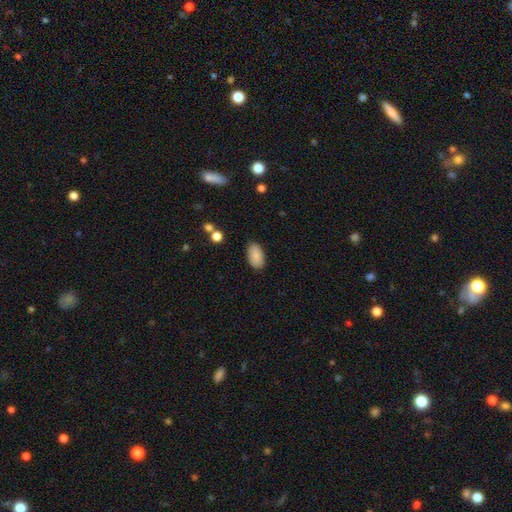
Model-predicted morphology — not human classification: The model was most divided on "merging": none: 85%, minor disturbance: 11%, major disturbance: 2%, merger: 2%. More confident: how rounded — in between (94%); smooth or featured — smooth (88%).